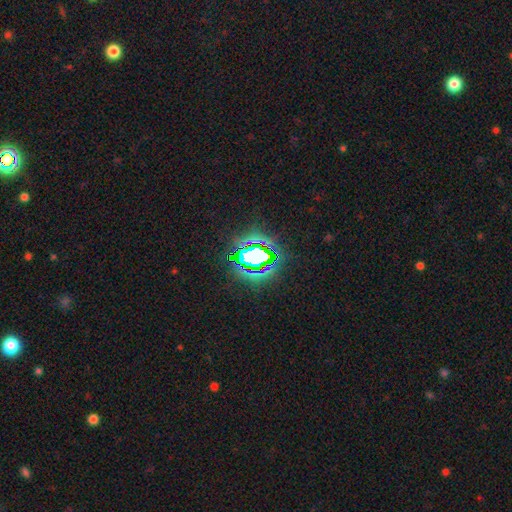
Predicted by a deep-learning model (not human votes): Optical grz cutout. It shows a star or artifact, not a galaxy (67%).